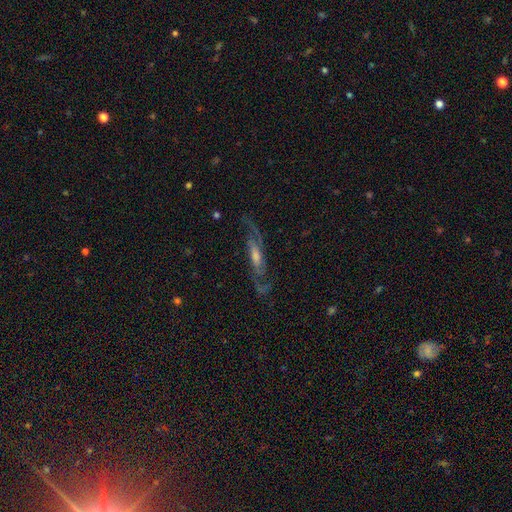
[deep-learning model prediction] The model was most divided on "bar": weak: 43%, no: 38%, strong: 19%. Remaining: spiral arms — yes (96%); smooth or featured — featured or disk (85%); spiral arm count — 2 (84%); edge-on disk — no (80%); merging — none (74%); spiral winding — medium (51%); bulge size — moderate (49%).